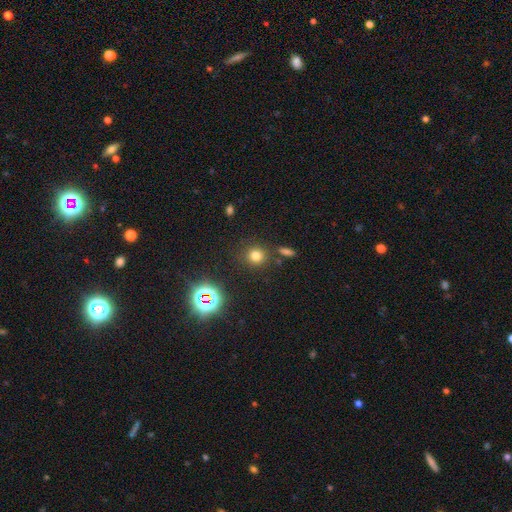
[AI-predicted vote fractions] This appears to be a smooth galaxy with no disk features (72%) that is round (88%). Merging: none (83%).